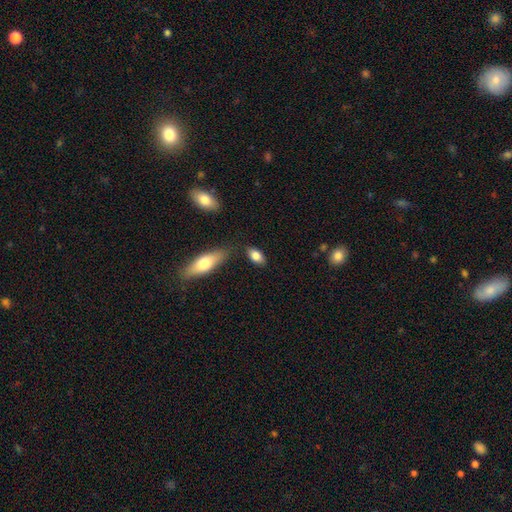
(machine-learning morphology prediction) smooth_or_featured: smooth (p=0.83) [alt: featured or disk p=0.10]
how_rounded: in between (p=0.87) [alt: round p=0.06]
merging: none (p=0.78) [alt: minor disturbance p=0.13]